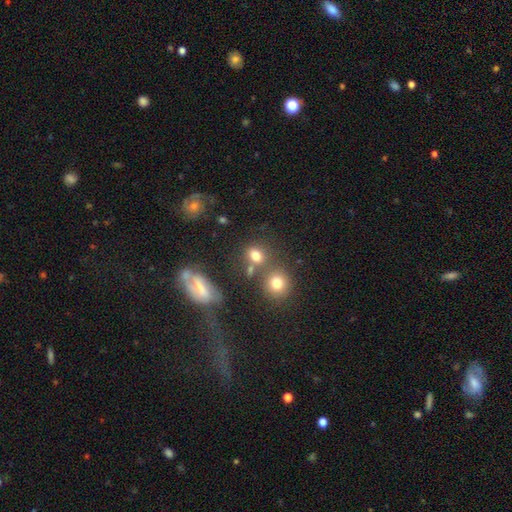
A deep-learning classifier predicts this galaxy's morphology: Smooth or featured?
  - smooth: 73% *
  - star or artifact: 15%
  - featured or disk: 11%
How rounded?
  - round: 55% *
  - in between: 43%
  - cigar-shaped: 2%
Merging?
  - none: 55% *
  - merger: 24%
  - minor disturbance: 14%
  - major disturbance: 7%